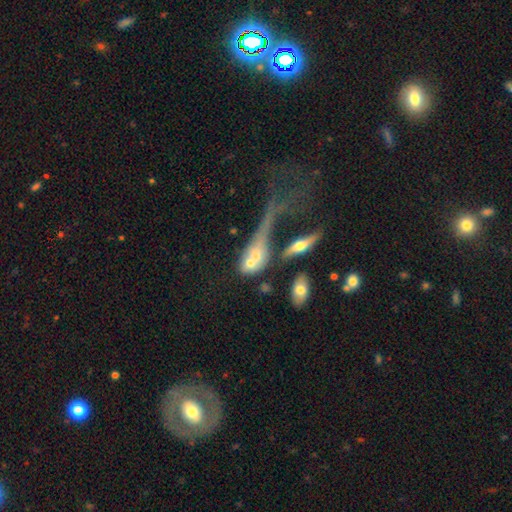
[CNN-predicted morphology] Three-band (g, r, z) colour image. It shows a smooth galaxy with no disk features (52%) that is in between round and cigar-shaped (67%). Merging: merger (49%).